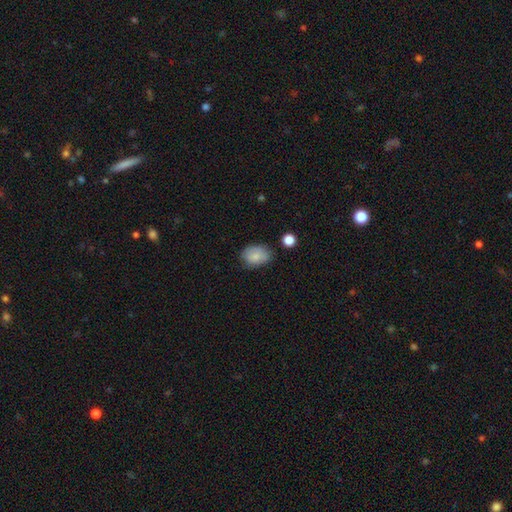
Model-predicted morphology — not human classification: smooth-or-featured: smooth: 83% | featured or disk: 9% | star or artifact: 8%
  how-rounded: in between: 77% | round: 21% | cigar-shaped: 1%
  merging: none: 66% | minor disturbance: 25% | major disturbance: 5% | merger: 3%